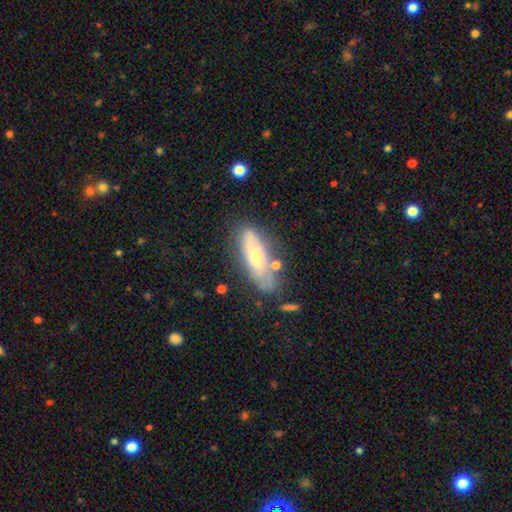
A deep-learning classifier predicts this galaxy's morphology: Q: Smooth or featured?
A: smooth (51%); runner-up: featured or disk (42%)
Q: How rounded?
A: in between (58%); runner-up: cigar-shaped (40%)
Q: Merging?
A: none (62%); runner-up: minor disturbance (22%)